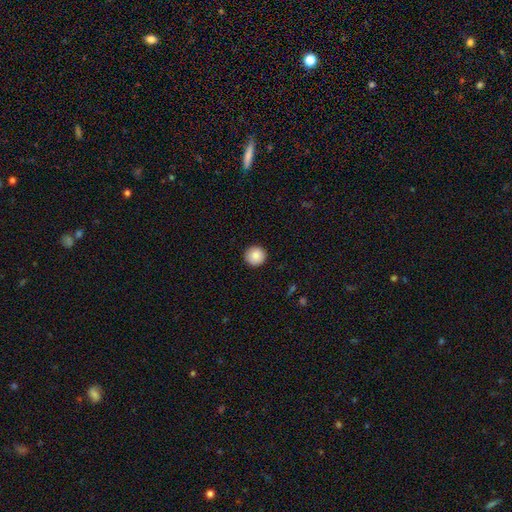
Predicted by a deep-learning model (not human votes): smooth-or-featured: smooth: 88% | star or artifact: 8% | featured or disk: 4%
  how-rounded: round: 96% | in between: 3% | cigar-shaped: 1%
  merging: none: 93% | minor disturbance: 5% | major disturbance: 2% | merger: 1%